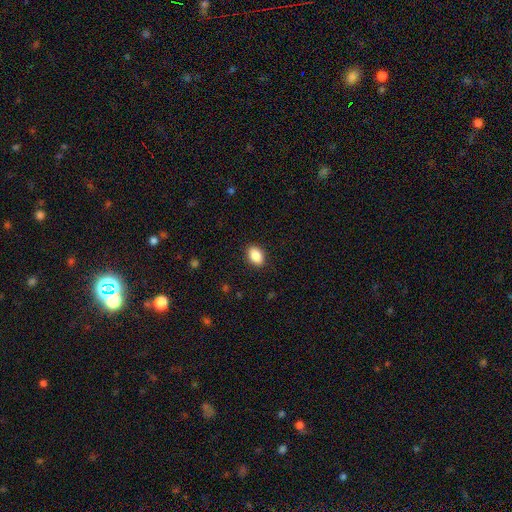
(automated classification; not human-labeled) A smooth galaxy with no disk features (88%) that is in between round and cigar-shaped (82%).

Vote fractions:
- Smooth or featured? smooth: 88% / star or artifact: 8% / featured or disk: 5%
- How rounded? in between: 82% / round: 17% / cigar-shaped: 1%
- Merging? none: 89% / minor disturbance: 8% / major disturbance: 2% / merger: 1%